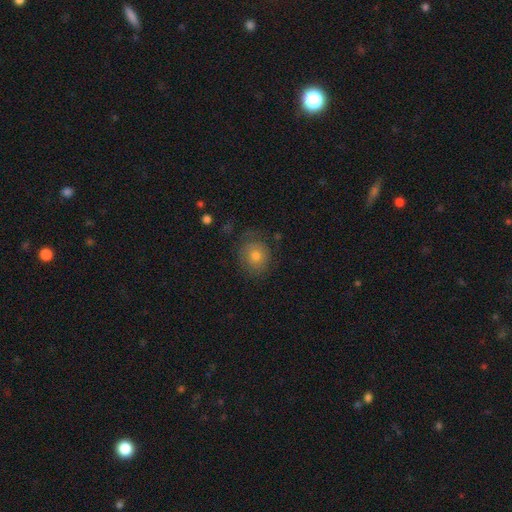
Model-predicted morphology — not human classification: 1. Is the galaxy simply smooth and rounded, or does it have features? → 65% smooth, 23% featured or disk, 12% star or artifact.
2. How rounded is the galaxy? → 77% round, 22% in between, 1% cigar-shaped.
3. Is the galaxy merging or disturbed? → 68% none, 21% minor disturbance, 10% major disturbance, 2% merger.